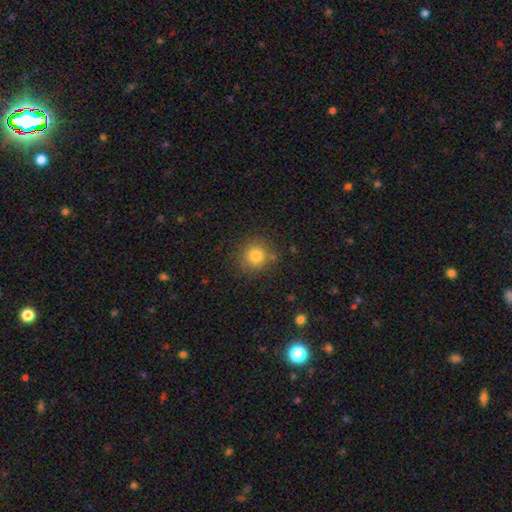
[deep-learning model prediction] Smooth or featured? Predicted: smooth (p=0.81). How rounded? Predicted: round (p=0.92). Merging? Predicted: none (p=0.84).